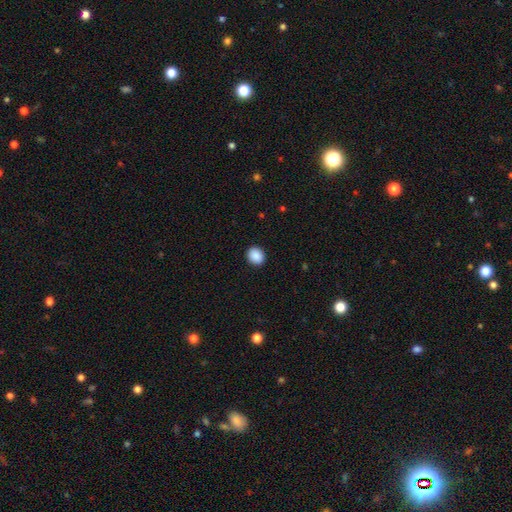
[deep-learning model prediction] Morphology: type=smooth (89%); roundness=round (65%); merging=none (91%).